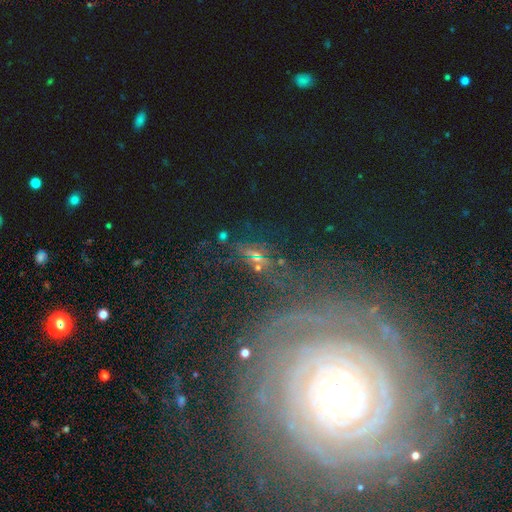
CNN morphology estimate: Q: Smooth or featured?
A: featured or disk (61%); runner-up: star or artifact (23%)
Q: Edge-on disk?
A: no (88%); runner-up: yes (12%)
Q: Bar?
A: no (53%); runner-up: weak (27%)
Q: Spiral arms?
A: yes (78%); runner-up: no (22%)
Q: Bulge size?
A: small (46%); runner-up: moderate (38%)
Q: Merging?
A: none (63%); runner-up: minor disturbance (16%)